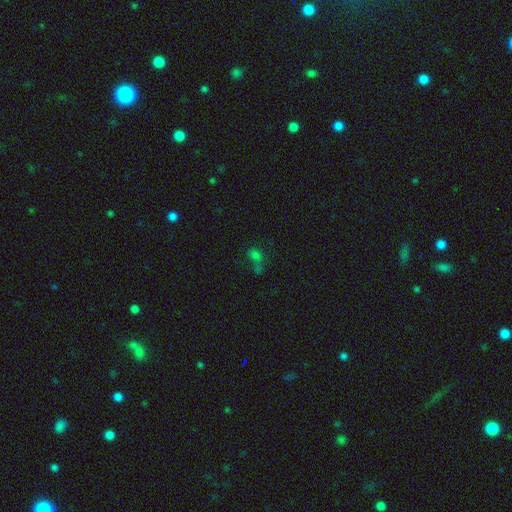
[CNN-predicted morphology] Smooth or featured? smooth (56%)
How rounded? in between (55%)
Merging? merger (42%)